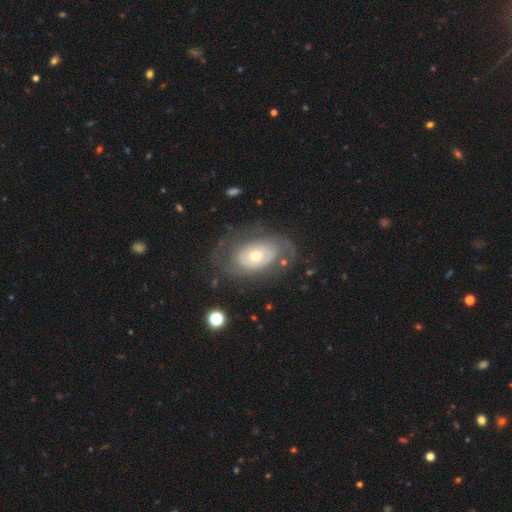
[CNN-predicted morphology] Smooth or featured?
  - featured or disk: 67% *
  - smooth: 26%
  - star or artifact: 6%
Edge-on disk?
  - no: 94% *
  - yes: 6%
Bar?
  - no: 84% *
  - weak: 12%
  - strong: 4%
Spiral arms?
  - yes: 59% *
  - no: 41%
Bulge size?
  - moderate: 47% * (tied)
  - small: 47% * (tied)
  - large: 4%
  - dominant: 1%
  - none: 1%
Merging?
  - none: 62% *
  - minor disturbance: 19%
  - major disturbance: 17%
  - merger: 2%